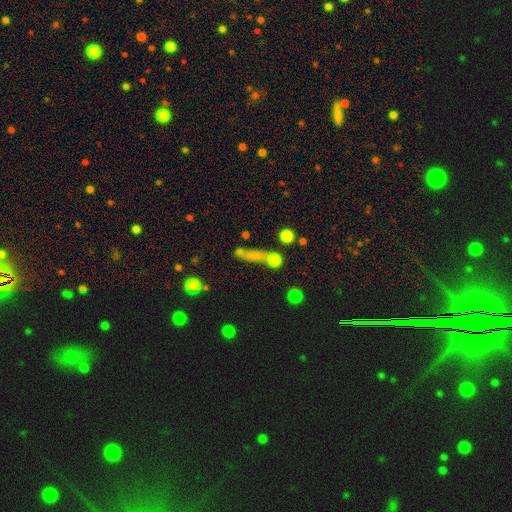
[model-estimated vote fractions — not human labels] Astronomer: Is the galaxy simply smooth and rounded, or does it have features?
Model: smooth — 63%.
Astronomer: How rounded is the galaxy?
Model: cigar-shaped — 58%.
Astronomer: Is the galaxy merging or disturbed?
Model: none — 54%.